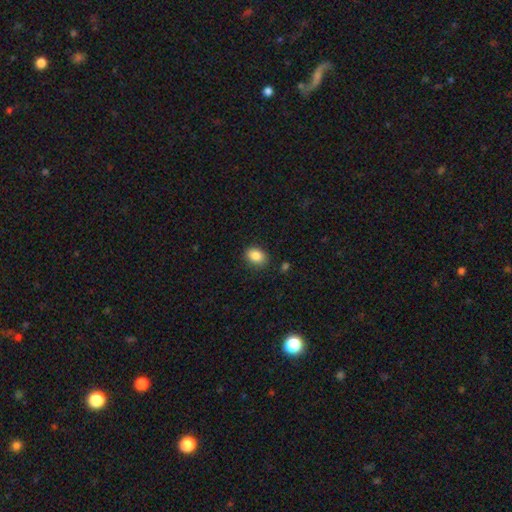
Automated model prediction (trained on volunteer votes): The model was most divided on "how rounded": in between: 70%, round: 29%, cigar-shaped: 1%. More confident: smooth or featured — smooth (86%); merging — none (86%).